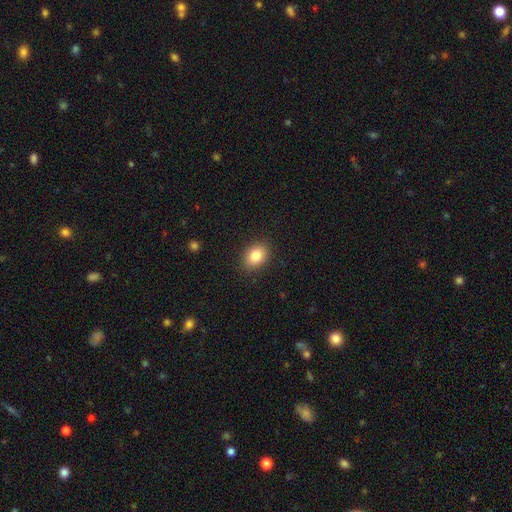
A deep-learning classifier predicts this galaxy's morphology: Smooth or featured: smooth — 84% (star or artifact — 9%)
How rounded: in between — 65% (round — 34%)
Merging: none — 88% (minor disturbance — 8%)